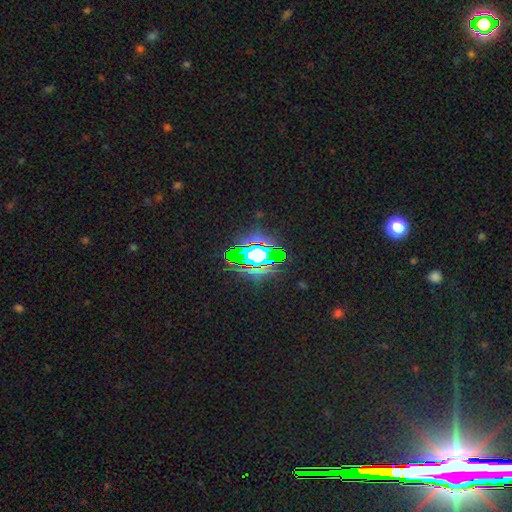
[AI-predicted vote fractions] This appears to be a star or artifact, not a galaxy (64%).